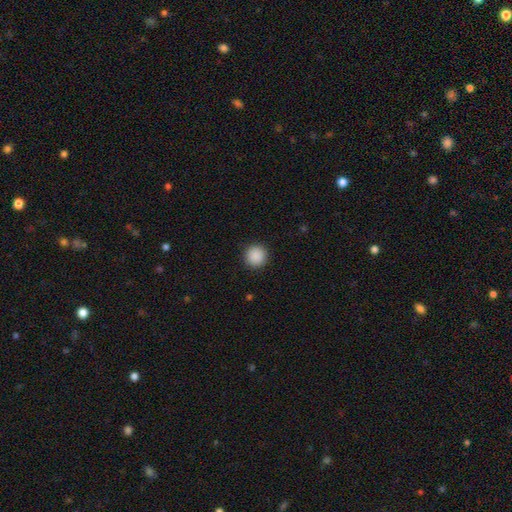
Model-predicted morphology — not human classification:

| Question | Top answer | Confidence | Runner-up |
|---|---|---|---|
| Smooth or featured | smooth | 89% | star or artifact (8%) |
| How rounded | round | 95% | in between (4%) |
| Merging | none | 92% | minor disturbance (5%) |